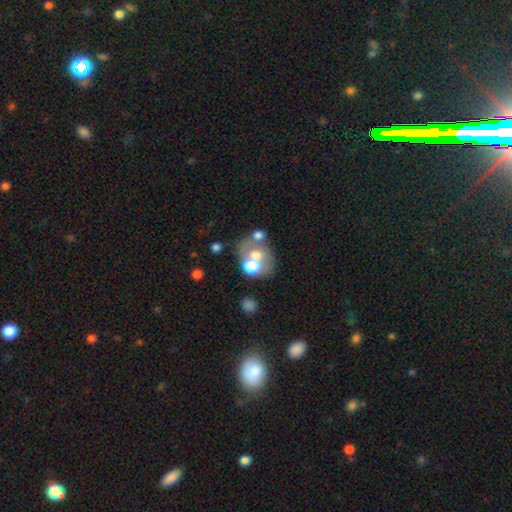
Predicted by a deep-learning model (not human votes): Smooth or featured? Predicted: smooth (p=0.52). How rounded? Predicted: round (p=0.55). Merging? Predicted: merger (p=0.44).